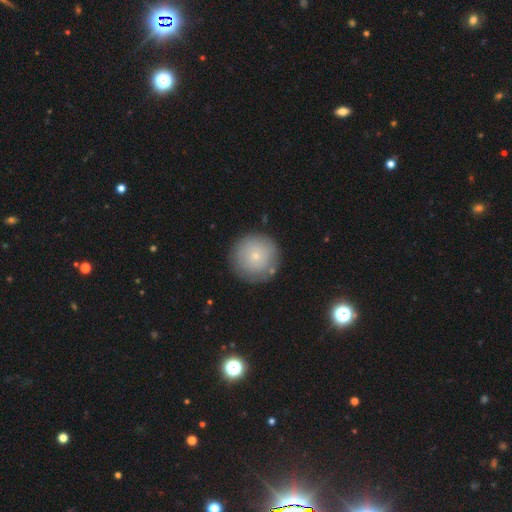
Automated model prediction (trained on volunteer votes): Smooth or featured?
  - smooth: 73% *
  - featured or disk: 19%
  - star or artifact: 8%
How rounded?
  - round: 96% *
  - in between: 3%
  - cigar-shaped: 1%
Merging?
  - none: 84% *
  - minor disturbance: 11%
  - major disturbance: 3%
  - merger: 2%